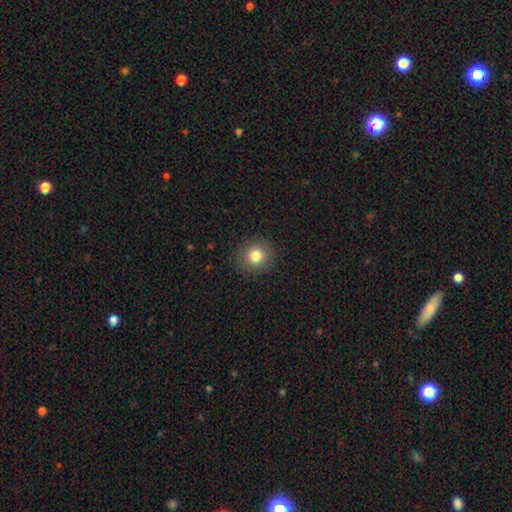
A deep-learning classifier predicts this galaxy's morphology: This appears to be a smooth galaxy with no disk features (82%) that is round (88%). Merging: none (90%).